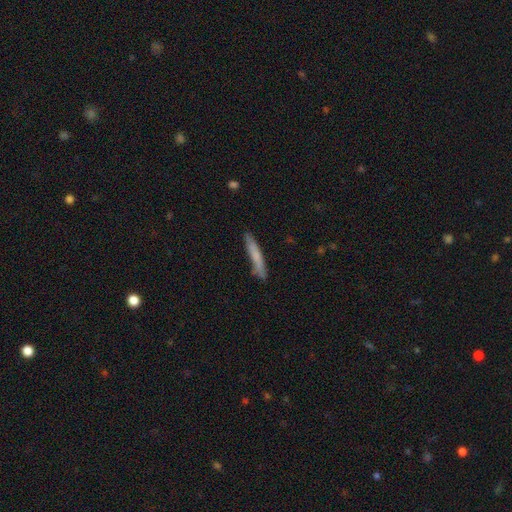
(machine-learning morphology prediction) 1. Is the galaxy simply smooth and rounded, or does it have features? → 70% smooth, 24% featured or disk, 6% star or artifact.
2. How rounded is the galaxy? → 95% cigar-shaped, 4% in between, 1% round.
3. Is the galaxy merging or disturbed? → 84% none, 12% minor disturbance, 2% major disturbance, 2% merger.